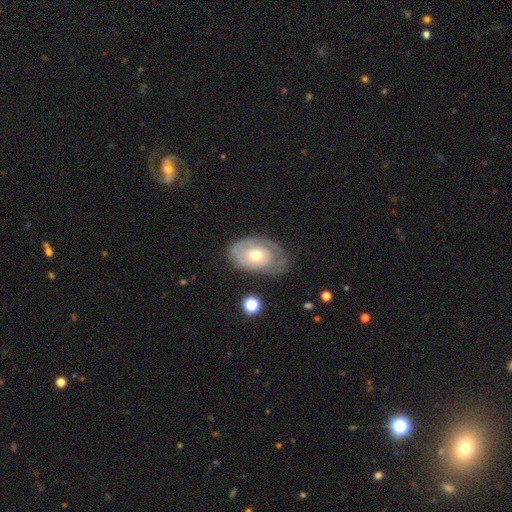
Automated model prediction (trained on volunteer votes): Smooth or featured? Predicted: featured or disk (p=0.61). Edge-on disk? Predicted: no (p=0.93). Bar? Predicted: no (p=0.82). Spiral arms? Predicted: yes (p=0.61). Bulge size? Predicted: moderate (p=0.63). Merging? Predicted: none (p=0.60).